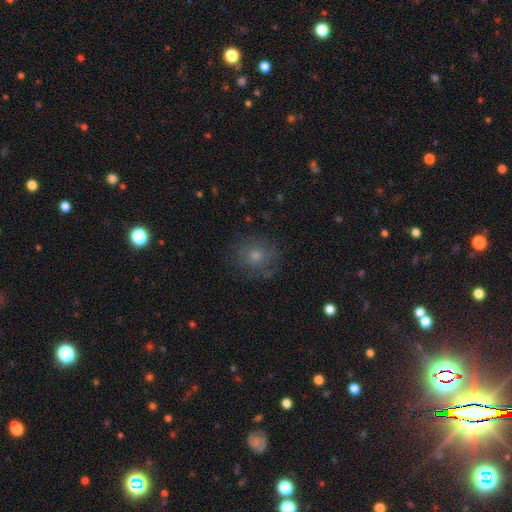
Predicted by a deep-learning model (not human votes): Q: Smooth or featured?
A: smooth (59%); runner-up: featured or disk (26%)
Q: How rounded?
A: round (76%); runner-up: in between (23%)
Q: Merging?
A: none (75%); runner-up: minor disturbance (16%)